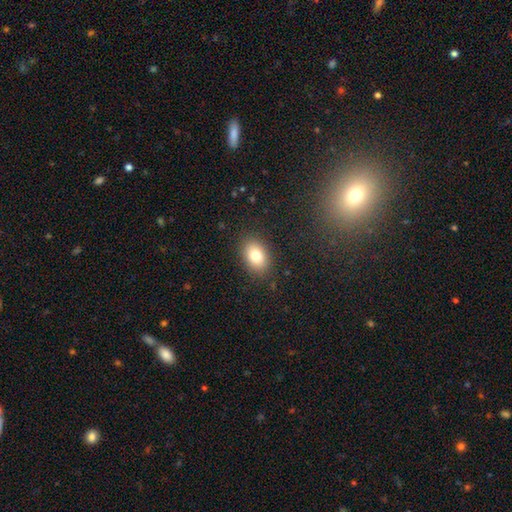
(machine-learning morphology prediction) Overall: smooth (79%). How rounded: in between (79%). Merging: none (86%).